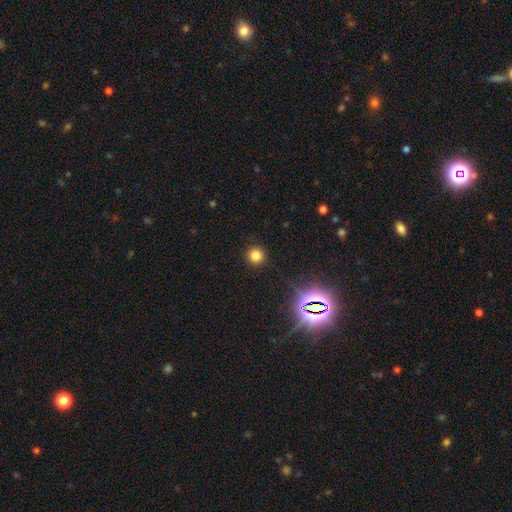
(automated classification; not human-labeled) smooth 77%, star or artifact 18%, featured or disk 5%. Down the decision tree: how rounded — round (94%); merging — none (92%).